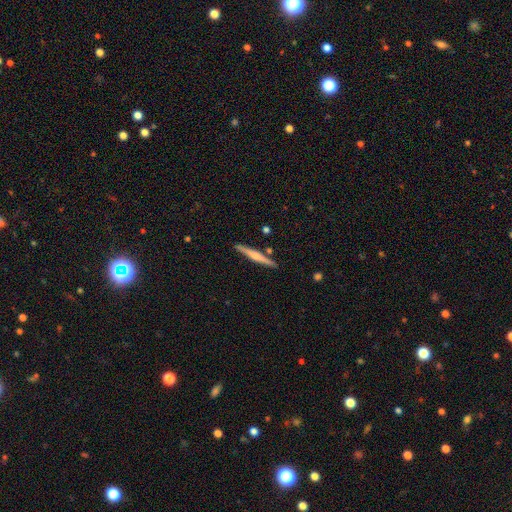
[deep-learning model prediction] Smooth or featured?
  - featured or disk: 55% *
  - smooth: 40%
  - star or artifact: 5%
Edge-on disk?
  - yes: 98% *
  - no: 2%
Edge-on bulge?
  - rounded: 62% *
  - none: 22%
  - boxy: 16%
Merging?
  - none: 88% *
  - minor disturbance: 7%
  - merger: 3%
  - major disturbance: 1%